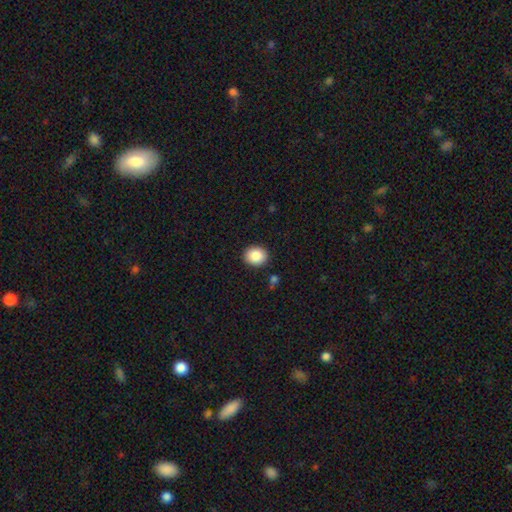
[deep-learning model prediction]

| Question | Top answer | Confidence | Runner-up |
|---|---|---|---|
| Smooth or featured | smooth | 88% | star or artifact (8%) |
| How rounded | round | 63% | in between (36%) |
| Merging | none | 89% | minor disturbance (7%) |